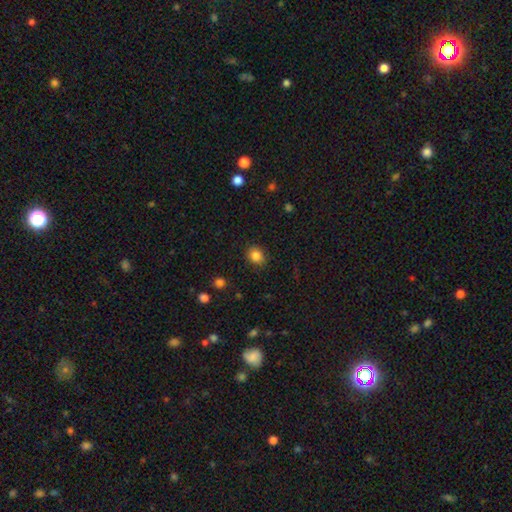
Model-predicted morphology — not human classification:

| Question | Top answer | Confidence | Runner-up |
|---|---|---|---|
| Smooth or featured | smooth | 85% | star or artifact (11%) |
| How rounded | round | 66% | in between (33%) |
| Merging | none | 85% | minor disturbance (11%) |